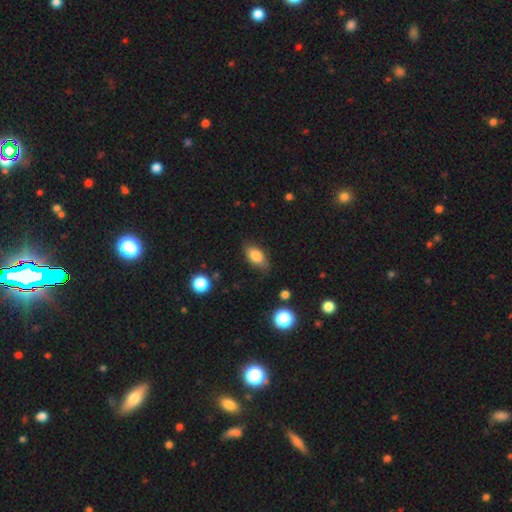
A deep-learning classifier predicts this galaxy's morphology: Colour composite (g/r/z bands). It shows a smooth galaxy with no disk features (78%) that is in between round and cigar-shaped (88%). Merging: none (72%).